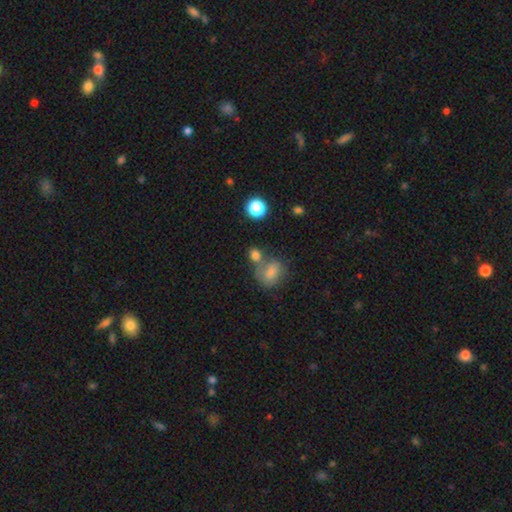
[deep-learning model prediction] Overall: smooth (78%). How rounded: round (61%; in between 38%). Merging: none (46%; merger 39%).